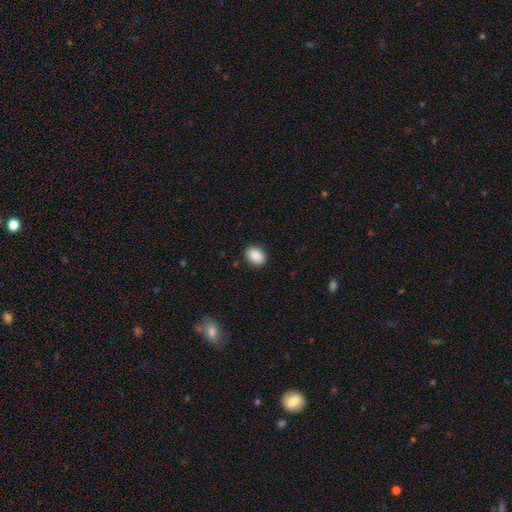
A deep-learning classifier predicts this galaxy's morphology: This is clearly a smooth galaxy (90%). How rounded: likely in between (72%). Merging: clearly none (89%).